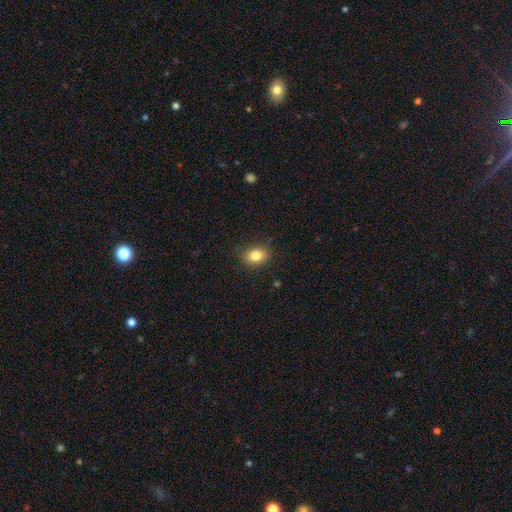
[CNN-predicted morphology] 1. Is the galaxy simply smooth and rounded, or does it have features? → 83% smooth, 10% star or artifact, 7% featured or disk.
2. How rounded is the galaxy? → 68% in between, 31% round, 1% cigar-shaped.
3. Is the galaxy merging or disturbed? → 86% none, 11% minor disturbance, 3% major disturbance, 1% merger.